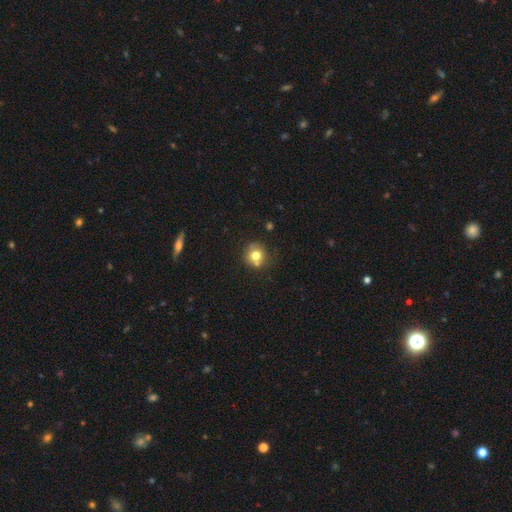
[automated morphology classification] smooth_or_featured: smooth (p=0.72) [alt: featured or disk p=0.16]
how_rounded: round (p=0.87) [alt: in between p=0.13]
merging: none (p=0.65) [alt: merger p=0.17]